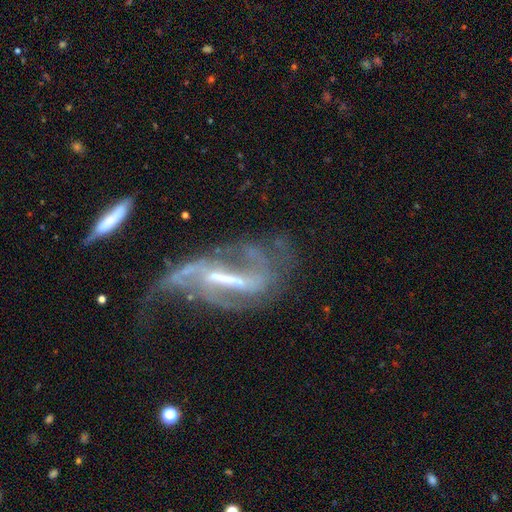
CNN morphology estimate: smooth-or-featured: featured or disk: 83% | star or artifact: 9% | smooth: 7%
  disk-edge-on: no: 90% | yes: 10%
    bar: strong: 60% | weak: 28% | no: 12%
    has-spiral-arms: yes: 84% | no: 16%
      spiral-winding: loose: 54% | medium: 32% | tight: 13%
      spiral-arm-count: 2: 65% | can't tell: 16% | 1: 7% | 3: 6% | 4: 3% | more than 4: 3%
    bulge-size: small: 40% | moderate: 32% | none: 23% | large: 4% | dominant: 2%
  merging: major disturbance: 40% | none: 31% | minor disturbance: 18% | merger: 12%